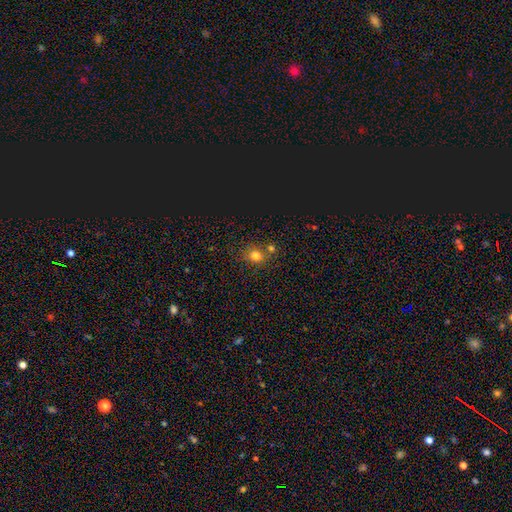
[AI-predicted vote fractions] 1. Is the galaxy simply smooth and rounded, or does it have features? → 74% smooth, 18% star or artifact, 8% featured or disk.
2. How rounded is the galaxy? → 72% round, 27% in between, 1% cigar-shaped.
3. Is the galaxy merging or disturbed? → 63% none, 22% merger, 11% minor disturbance, 4% major disturbance.